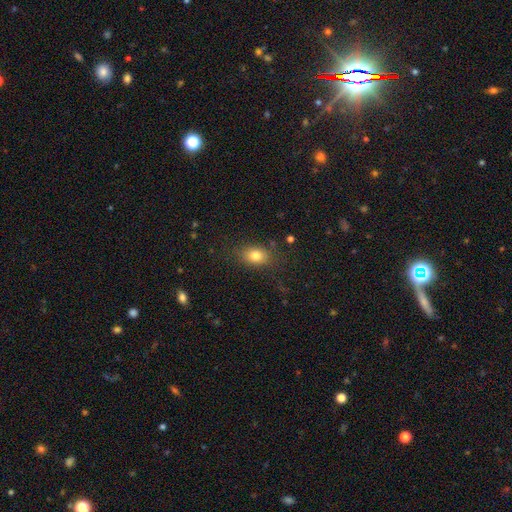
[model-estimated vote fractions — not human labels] Smooth or featured? smooth (80%)
How rounded? in between (71%)
Merging? none (80%)